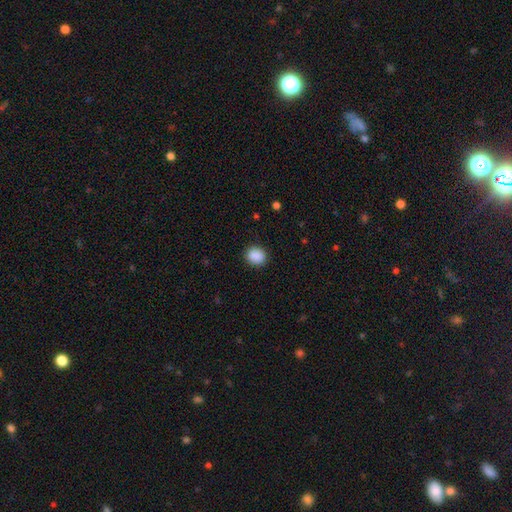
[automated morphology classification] Smooth or featured?
  - smooth: 89% *
  - star or artifact: 8%
  - featured or disk: 2%
How rounded?
  - round: 78% *
  - in between: 21%
  - cigar-shaped: 1%
Merging?
  - none: 90% *
  - minor disturbance: 7%
  - major disturbance: 2%
  - merger: 1%